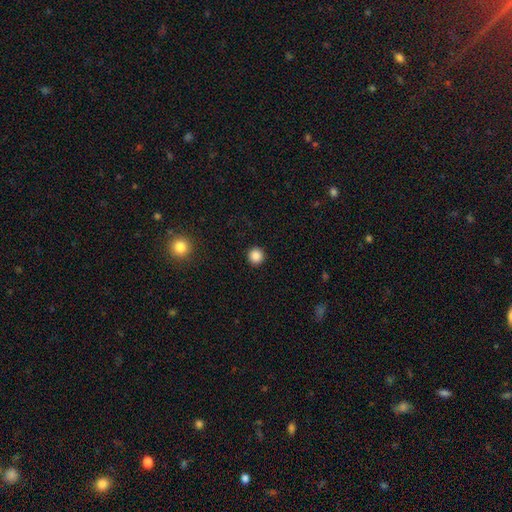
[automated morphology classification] Q: Smooth or featured?
A: smooth (86%); runner-up: star or artifact (11%)
Q: How rounded?
A: round (95%); runner-up: in between (4%)
Q: Merging?
A: none (93%); runner-up: minor disturbance (4%)